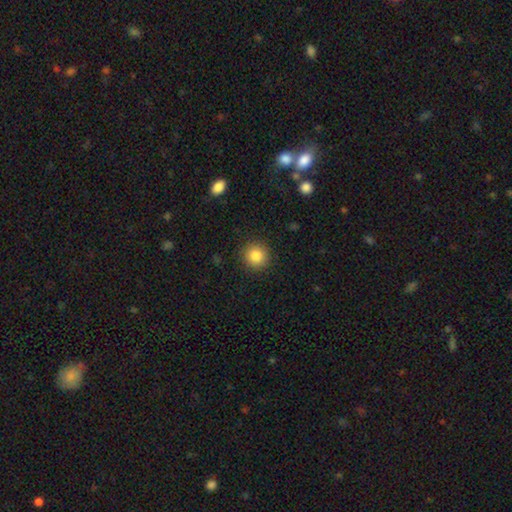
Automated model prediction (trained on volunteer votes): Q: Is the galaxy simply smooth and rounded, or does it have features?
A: smooth — 85%.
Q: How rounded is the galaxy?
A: round — 94%.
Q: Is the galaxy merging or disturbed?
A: none — 90%.